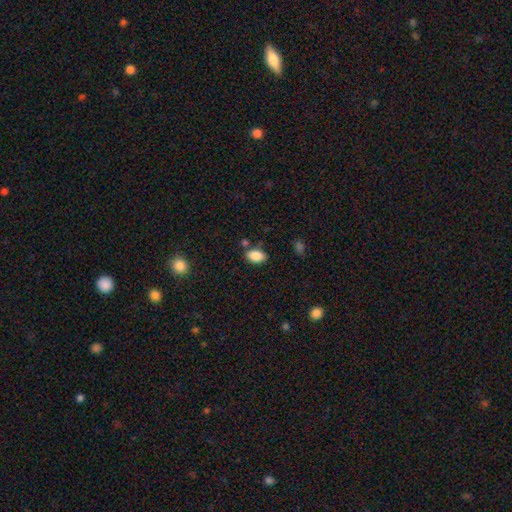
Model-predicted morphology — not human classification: smooth 87%, star or artifact 8%, featured or disk 5%. Down the decision tree: how rounded — in between (89%); merging — none (74%).